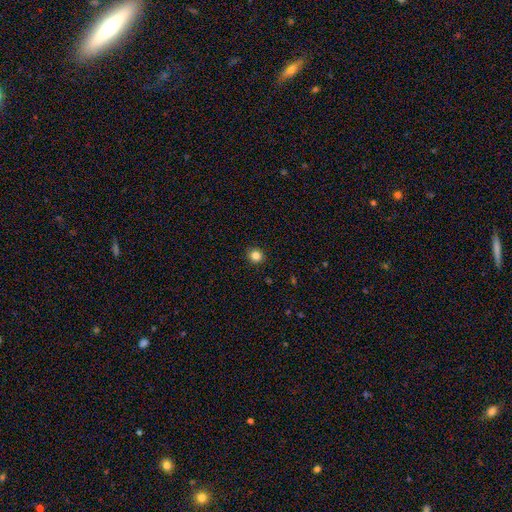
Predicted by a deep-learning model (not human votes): This appears to be a smooth galaxy with no disk features (84%) that is round (91%). Merging: none (92%).